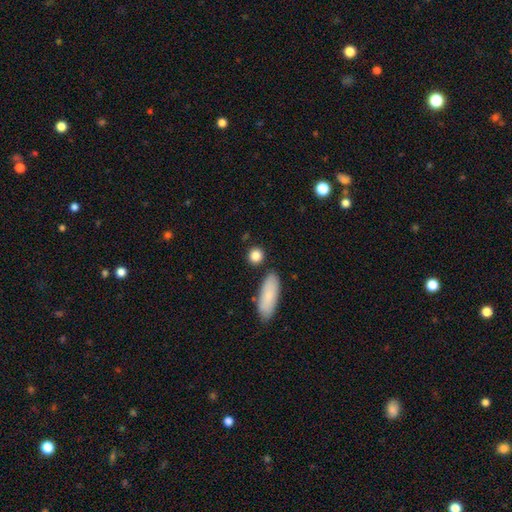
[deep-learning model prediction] A smooth galaxy with no disk features (86%) that is round (81%). Merging: none (81%).